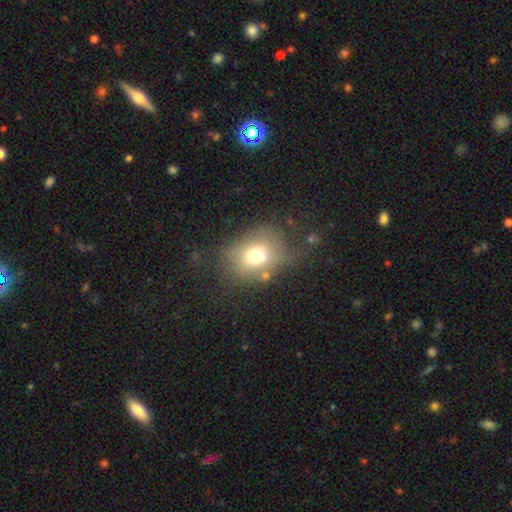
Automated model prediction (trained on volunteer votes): smooth 69%, featured or disk 17%, star or artifact 14%. Down the decision tree: how rounded — round (51%); merging — none (55%).